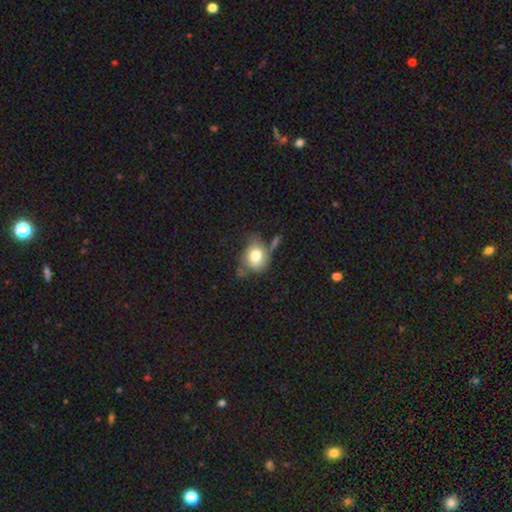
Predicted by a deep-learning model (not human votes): Overall: smooth (74%). How rounded: round (50%; in between 49%). Merging: none (44%; minor disturbance 25%).